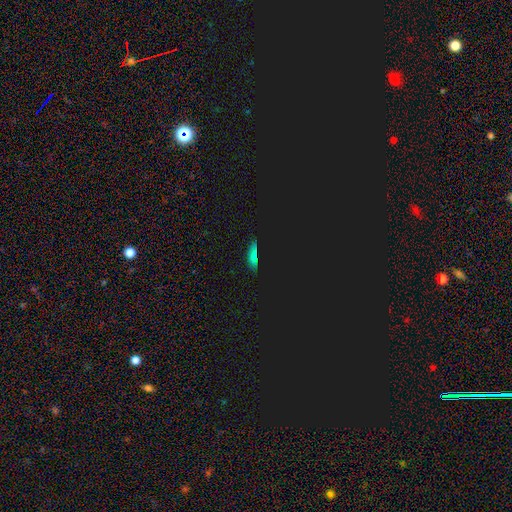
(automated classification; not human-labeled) A star or artifact, not a galaxy (47%).